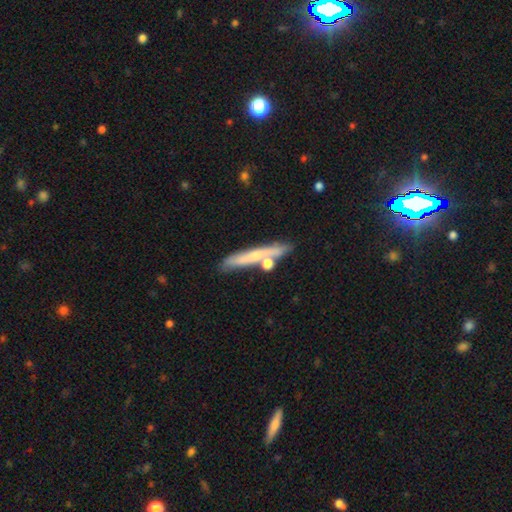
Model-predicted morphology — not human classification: A smooth galaxy with no disk features (50%).

Vote fractions:
- Smooth or featured? smooth: 50% / featured or disk: 42% / star or artifact: 8%
- Merging? none: 69% / minor disturbance: 14% / merger: 13% / major disturbance: 4%